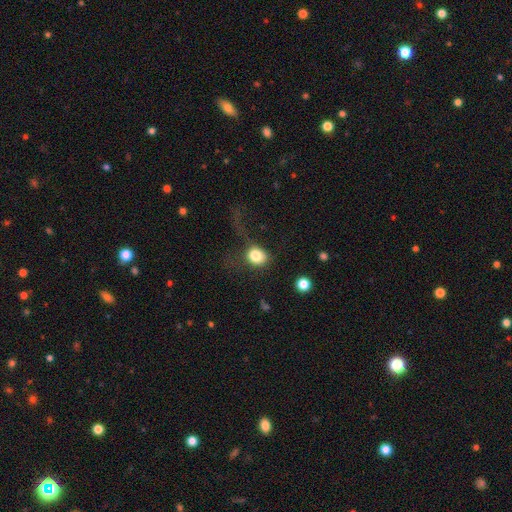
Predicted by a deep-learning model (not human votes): Overall: smooth (81%). How rounded: round (68%; in between 31%). Merging: none (40%; major disturbance 38%).